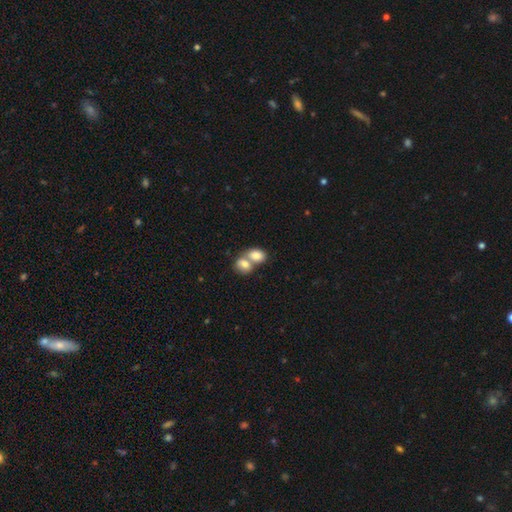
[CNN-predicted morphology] Q: Smooth or featured?
A: smooth (81%); runner-up: featured or disk (12%)
Q: How rounded?
A: in between (73%); runner-up: round (26%)
Q: Merging?
A: merger (68%); runner-up: none (23%)